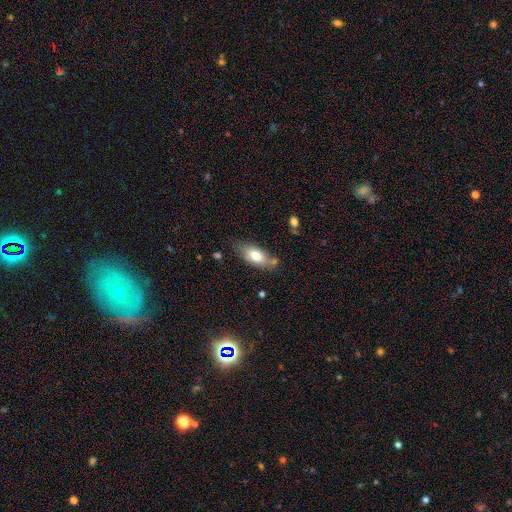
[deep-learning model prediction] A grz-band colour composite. It shows a smooth galaxy with no disk features (74%) that is in between round and cigar-shaped (84%). Merging: none (65%).